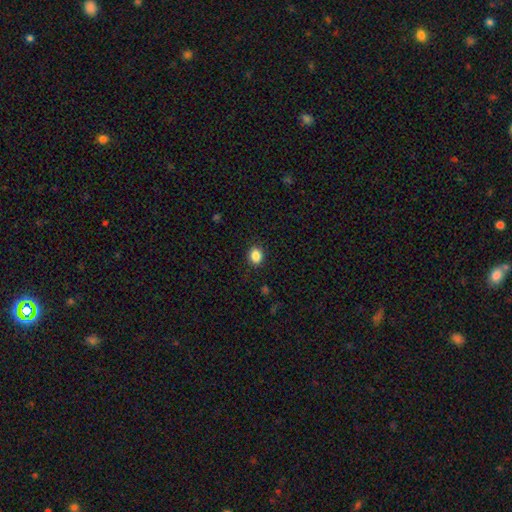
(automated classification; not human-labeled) The model was most divided on "how rounded": round: 57%, in between: 42%, cigar-shaped: 1%. More confident: merging — none (89%); smooth or featured — smooth (86%).